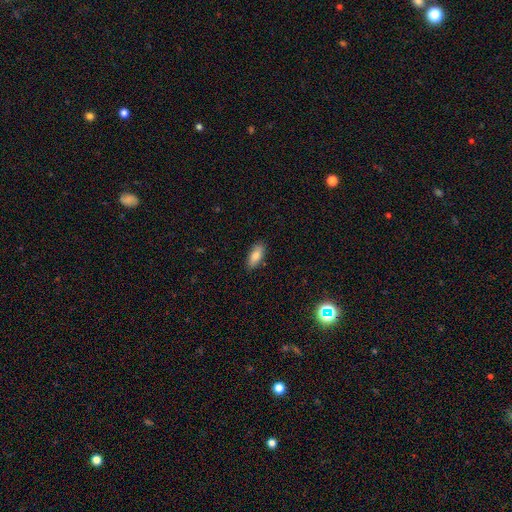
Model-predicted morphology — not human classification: smooth-or-featured: smooth: 85% | featured or disk: 8% | star or artifact: 7%
  how-rounded: in between: 82% | cigar-shaped: 16% | round: 2%
  merging: none: 87% | minor disturbance: 10% | major disturbance: 2% | merger: 1%